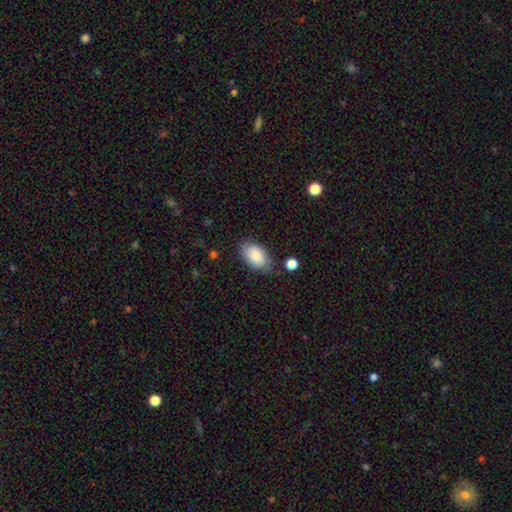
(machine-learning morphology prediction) Smooth or featured?
  - smooth: 79% *
  - featured or disk: 14%
  - star or artifact: 7%
How rounded?
  - in between: 92% *
  - round: 7%
  - cigar-shaped: 1%
Merging?
  - none: 73% *
  - minor disturbance: 20%
  - major disturbance: 4%
  - merger: 3%